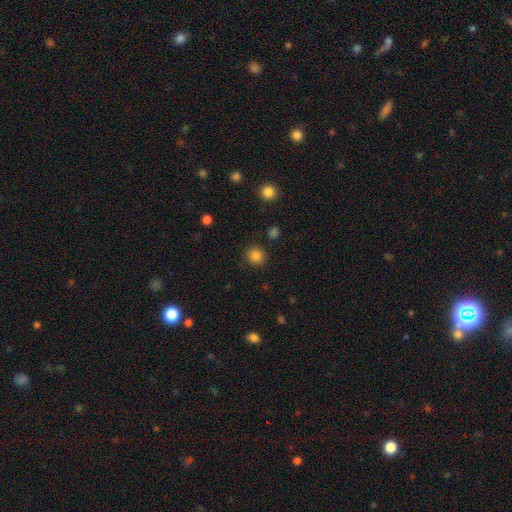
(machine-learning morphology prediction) type=smooth (84%); roundness=round (92%); merging=none (88%).